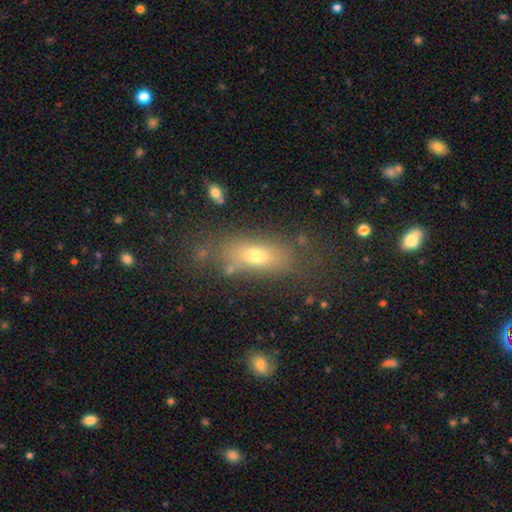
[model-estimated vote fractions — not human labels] smooth_or_featured: smooth (p=0.65) [alt: featured or disk p=0.19]
how_rounded: in between (p=0.69) [alt: cigar-shaped p=0.22]
merging: none (p=0.71) [alt: minor disturbance p=0.15]